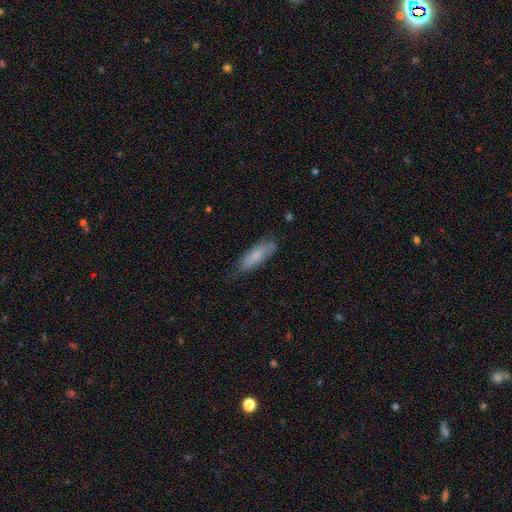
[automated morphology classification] Smooth or featured: smooth — 76% (featured or disk — 18%)
How rounded: in between — 52% (cigar-shaped — 47%)
Merging: none — 69% (minor disturbance — 25%)